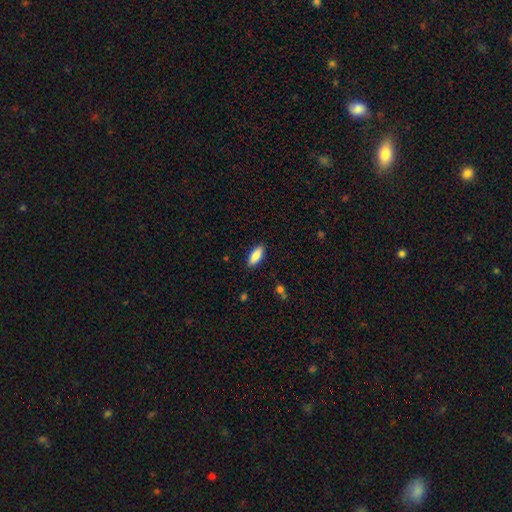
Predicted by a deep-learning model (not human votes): Q: Smooth or featured?
A: smooth (87%); runner-up: featured or disk (7%)
Q: How rounded?
A: in between (79%); runner-up: cigar-shaped (19%)
Q: Merging?
A: none (89%); runner-up: minor disturbance (8%)